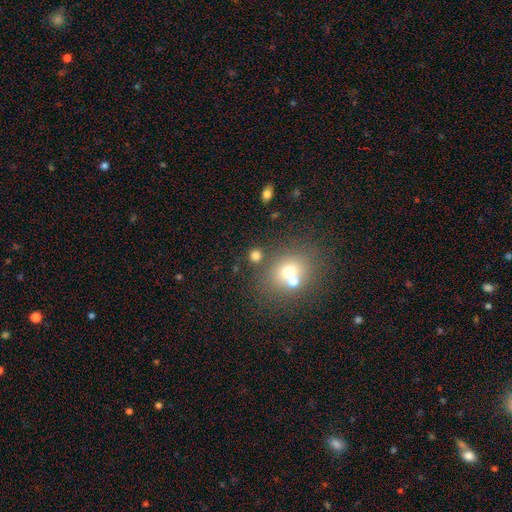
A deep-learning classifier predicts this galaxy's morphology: Smooth or featured? Predicted: smooth (p=0.71). How rounded? Predicted: round (p=0.80). Merging? Predicted: none (p=0.64).